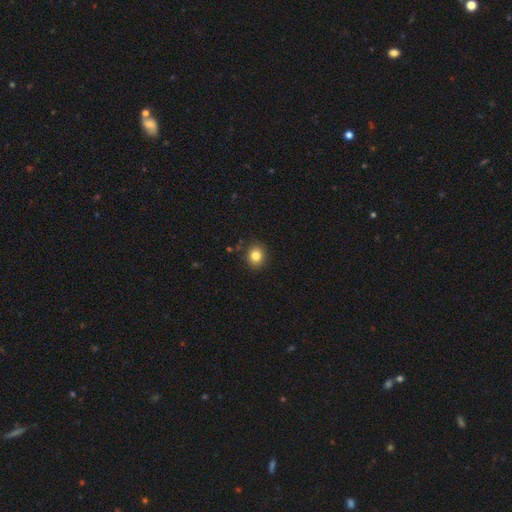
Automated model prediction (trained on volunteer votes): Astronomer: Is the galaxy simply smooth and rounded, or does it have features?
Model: smooth — 82%.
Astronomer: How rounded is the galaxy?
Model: round — 74%.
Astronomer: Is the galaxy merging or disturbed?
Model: none — 88%.